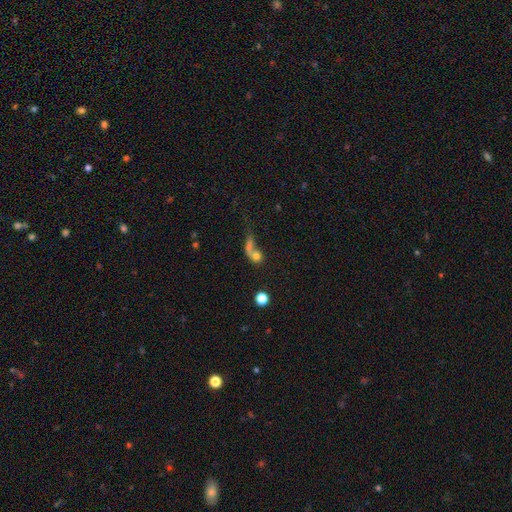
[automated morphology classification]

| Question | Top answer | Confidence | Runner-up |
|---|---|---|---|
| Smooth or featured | smooth | 63% | featured or disk (23%) |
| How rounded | round | 61% | in between (32%) |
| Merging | merger | 47% | none (25%) |